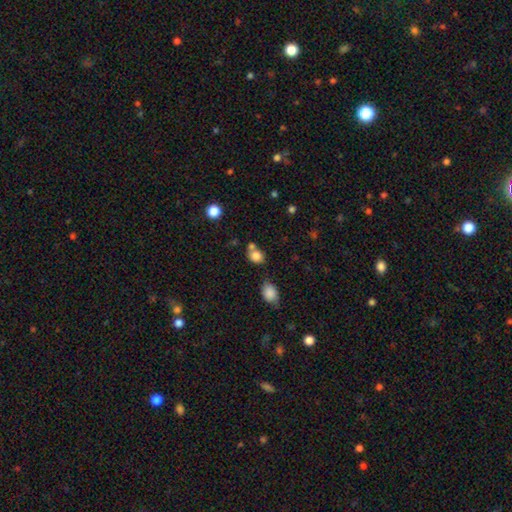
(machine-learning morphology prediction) Smooth or featured: smooth — 81% (star or artifact — 11%)
How rounded: round — 64% (in between — 34%)
Merging: none — 50% (merger — 33%)